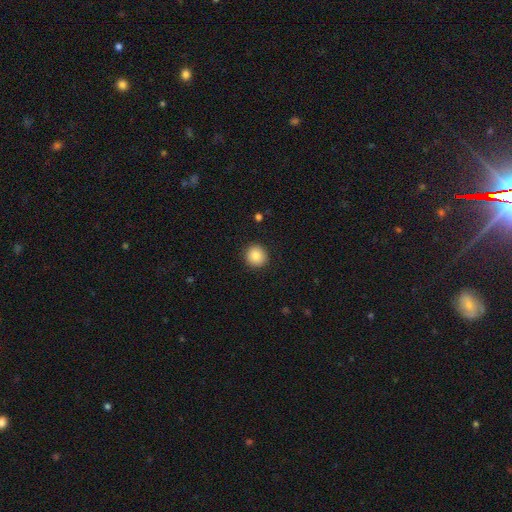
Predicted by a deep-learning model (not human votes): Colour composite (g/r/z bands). It shows a smooth galaxy with no disk features (86%) that is round (93%). Merging: none (91%).